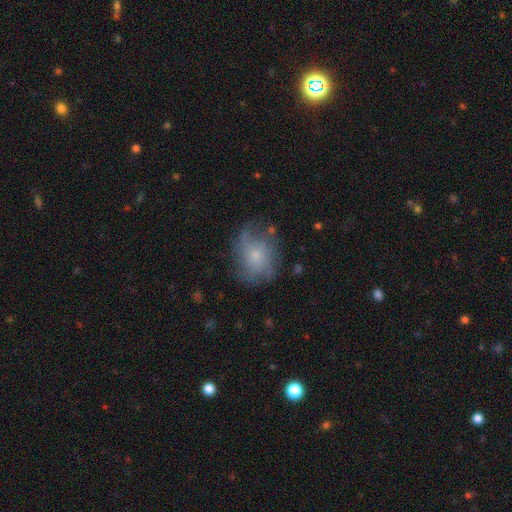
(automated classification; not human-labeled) A featured or disk galaxy (51%). Merging: none (59%).